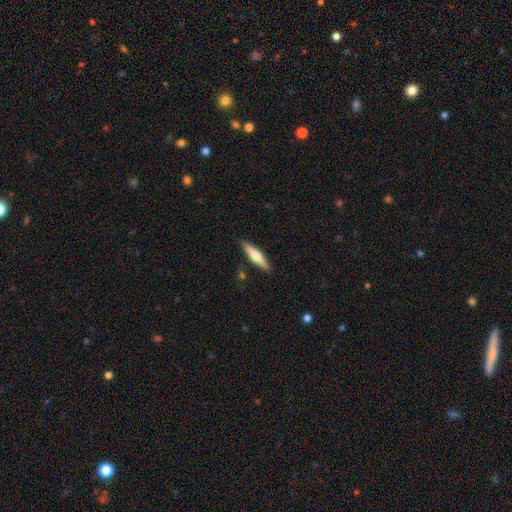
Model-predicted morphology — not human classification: Smooth or featured? featured or disk (47%, tied with smooth)
Merging? none (88%)